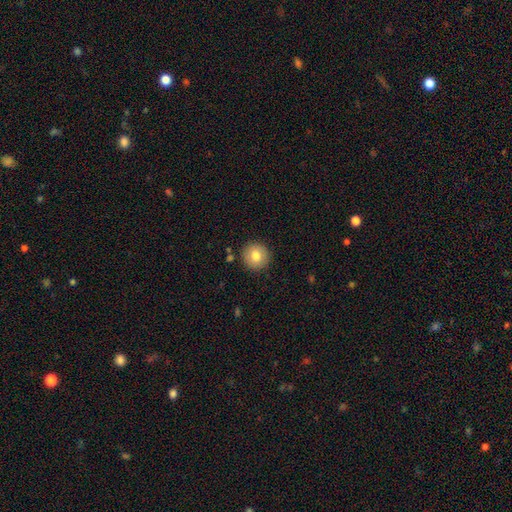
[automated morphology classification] smooth-or-featured: smooth: 80% | featured or disk: 12% | star or artifact: 9%
  how-rounded: round: 95% | in between: 5% | cigar-shaped: 1%
  merging: none: 90% | minor disturbance: 6% | major disturbance: 2% | merger: 2%